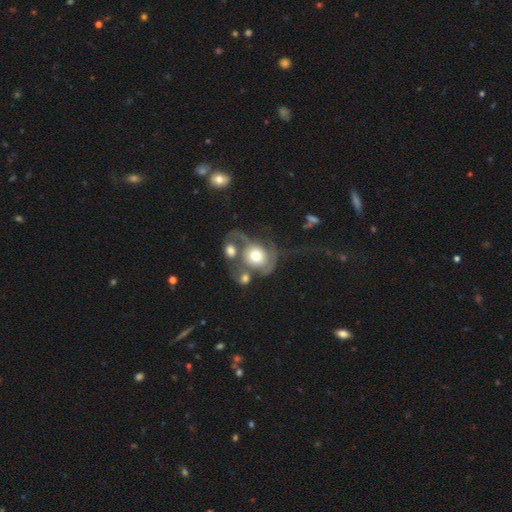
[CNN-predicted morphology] smooth_or_featured: featured or disk (p=0.52) [alt: smooth p=0.41]
disk_edge_on: no (p=0.97) [alt: yes p=0.03]
bar: no (p=0.83) [alt: weak p=0.14]
has_spiral_arms: yes (p=0.59) [alt: no p=0.41]
bulge_size: moderate (p=0.56) [alt: large p=0.27]
merging: merger (p=0.48) [alt: major disturbance p=0.27]